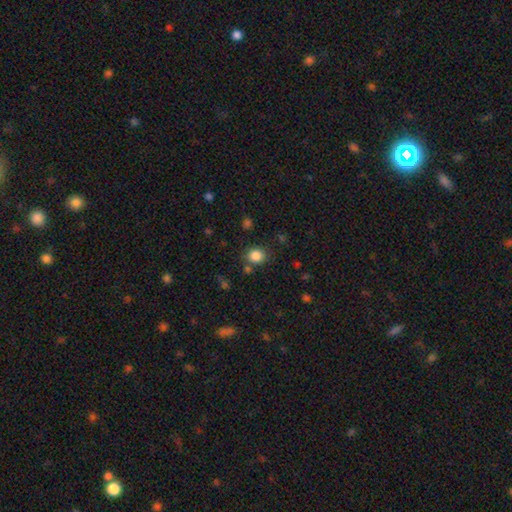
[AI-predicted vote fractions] A smooth galaxy with no disk features (84%) that is round (71%). Merging: none (78%).